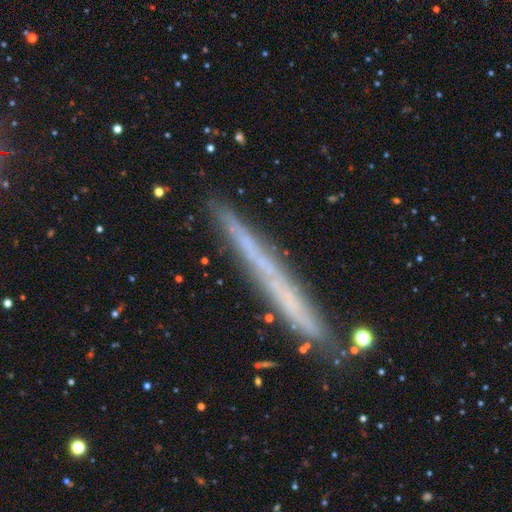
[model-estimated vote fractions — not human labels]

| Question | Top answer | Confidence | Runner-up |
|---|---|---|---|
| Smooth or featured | featured or disk | 54% | smooth (35%) |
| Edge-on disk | yes | 94% | no (6%) |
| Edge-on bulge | none | 89% | rounded (7%) |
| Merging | none | 84% | minor disturbance (11%) |